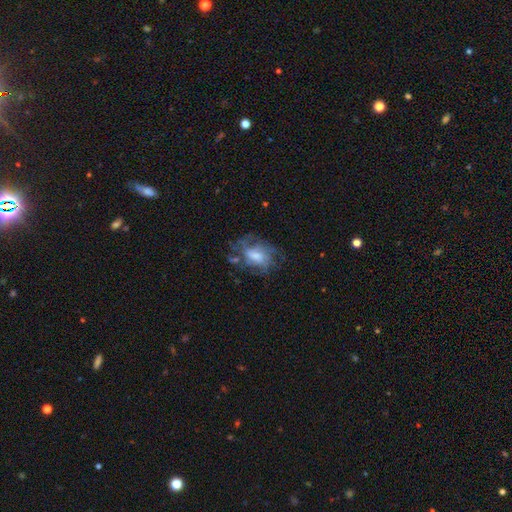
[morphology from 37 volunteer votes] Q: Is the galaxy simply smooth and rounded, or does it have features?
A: featured or disk — 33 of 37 (89%).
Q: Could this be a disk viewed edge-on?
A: no — 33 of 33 (100%).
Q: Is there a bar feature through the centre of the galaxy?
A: no — 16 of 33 (48%).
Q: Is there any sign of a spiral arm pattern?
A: yes — 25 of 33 (76%).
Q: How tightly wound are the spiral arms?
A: tight — 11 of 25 (44%).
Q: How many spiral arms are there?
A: can't tell — 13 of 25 (52%).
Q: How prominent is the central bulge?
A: moderate — 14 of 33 (42%).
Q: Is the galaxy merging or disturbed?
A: none — 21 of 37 (57%).